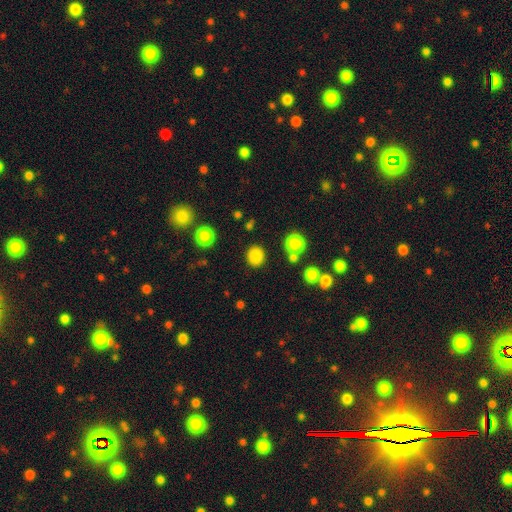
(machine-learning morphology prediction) smooth 84%, star or artifact 12%, featured or disk 4%. Down the decision tree: how rounded — round (80%); merging — none (86%).